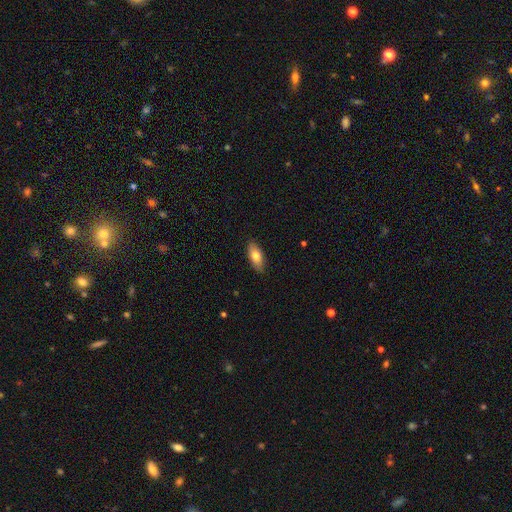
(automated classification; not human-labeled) Overall: smooth (75%). How rounded: in between (85%). Merging: none (88%).